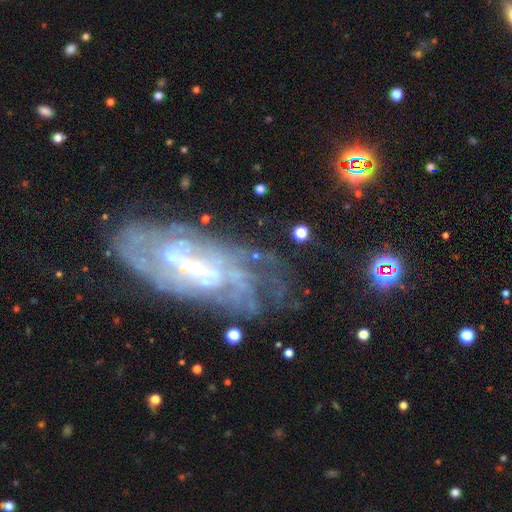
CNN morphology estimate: Smooth or featured?
  - featured or disk: 74% *
  - smooth: 14%
  - star or artifact: 11%
Edge-on disk?
  - no: 90% *
  - yes: 10%
Bar?
  - no: 49% *
  - weak: 32%
  - strong: 19%
Spiral arms?
  - yes: 65% *
  - no: 35%
Bulge size?
  - small: 44% *
  - none: 29%
  - moderate: 20%
  - large: 4%
  - dominant: 2%
Merging?
  - none: 53% *
  - minor disturbance: 20%
  - major disturbance: 19%
  - merger: 8%